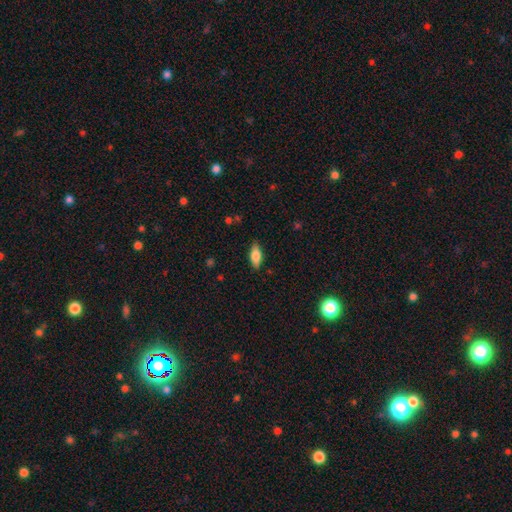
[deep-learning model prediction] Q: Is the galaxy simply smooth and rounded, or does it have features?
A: smooth — 74%.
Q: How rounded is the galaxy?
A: in between — 79%.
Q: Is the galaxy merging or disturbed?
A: none — 84%.